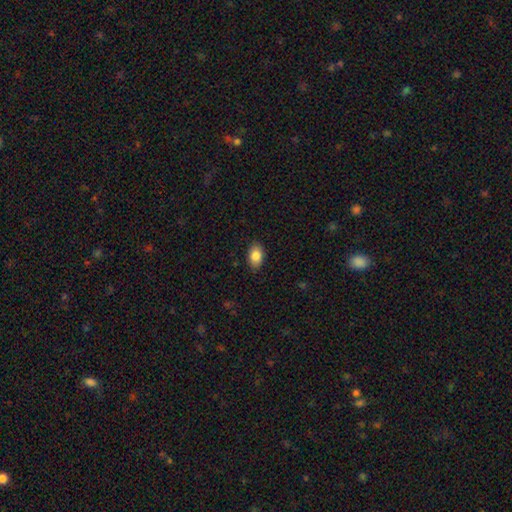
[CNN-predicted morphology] Q: Smooth or featured?
A: smooth (86%); runner-up: star or artifact (7%)
Q: How rounded?
A: in between (88%); runner-up: round (10%)
Q: Merging?
A: none (86%); runner-up: minor disturbance (10%)